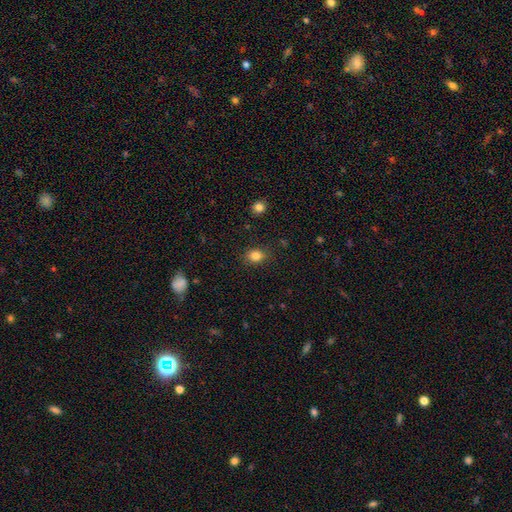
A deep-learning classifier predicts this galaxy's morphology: Q: Smooth or featured?
A: smooth (84%); runner-up: star or artifact (11%)
Q: How rounded?
A: in between (49%); tied with: round (49%)
Q: Merging?
A: none (83%); runner-up: minor disturbance (12%)